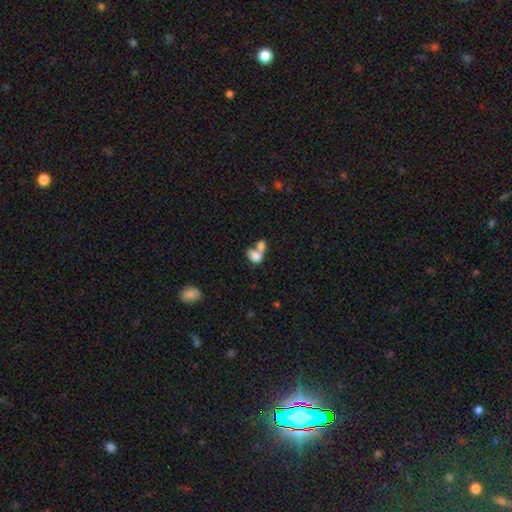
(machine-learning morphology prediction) smooth 78%, featured or disk 13%, star or artifact 9%. Down the decision tree: how rounded — in between (77%); merging — merger (69%).